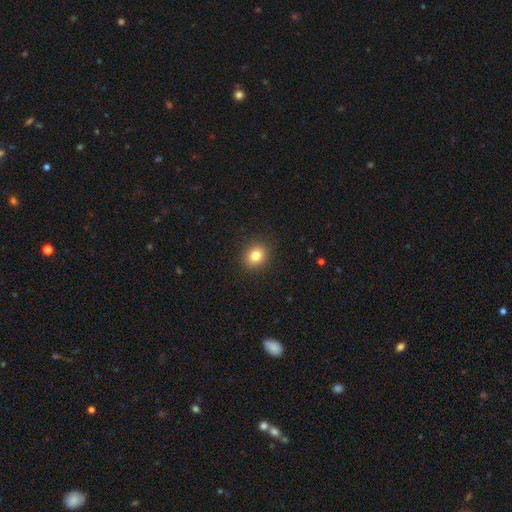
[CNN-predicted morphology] The model was most divided on "how rounded": round: 66%, in between: 33%, cigar-shaped: 1%. More confident: merging — none (90%); smooth or featured — smooth (81%).